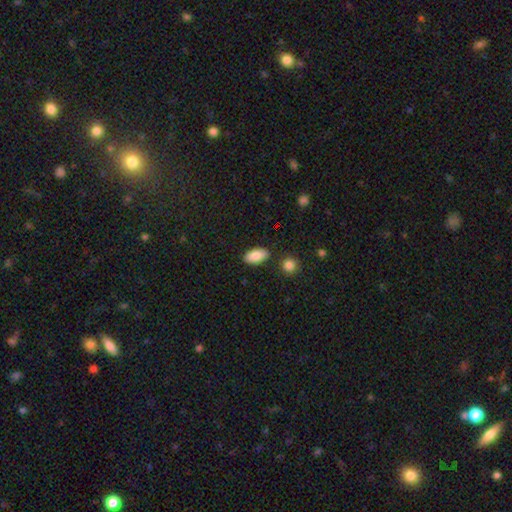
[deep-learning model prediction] The model was most divided on "merging": none: 86%, minor disturbance: 9%, merger: 3%, major disturbance: 2%. More confident: how rounded — in between (93%); smooth or featured — smooth (86%).